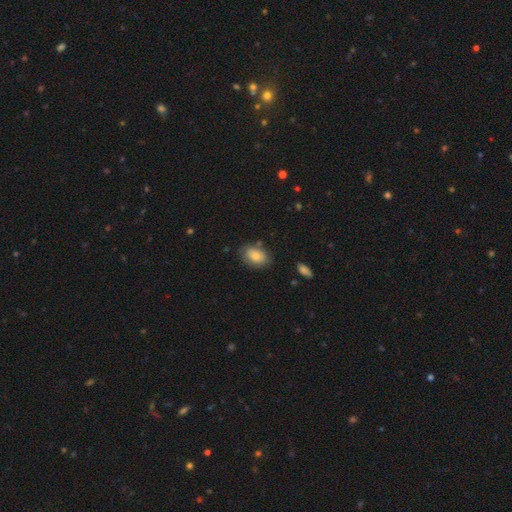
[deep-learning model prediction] Smooth or featured? smooth (78%)
How rounded? in between (83%)
Merging? none (74%)